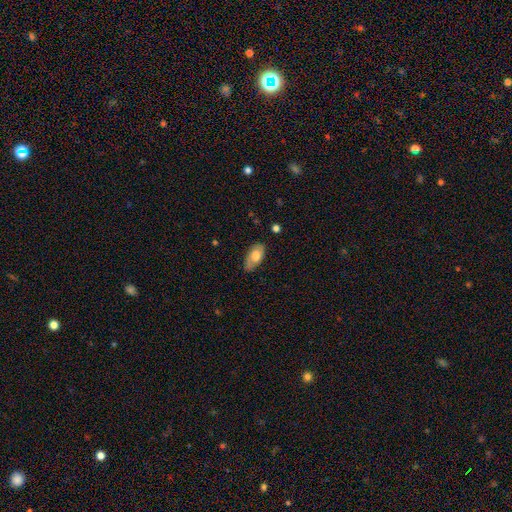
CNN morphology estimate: Smooth or featured: smooth — 64% (featured or disk — 30%)
How rounded: in between — 92% (cigar-shaped — 4%)
Merging: none — 70% (minor disturbance — 24%)